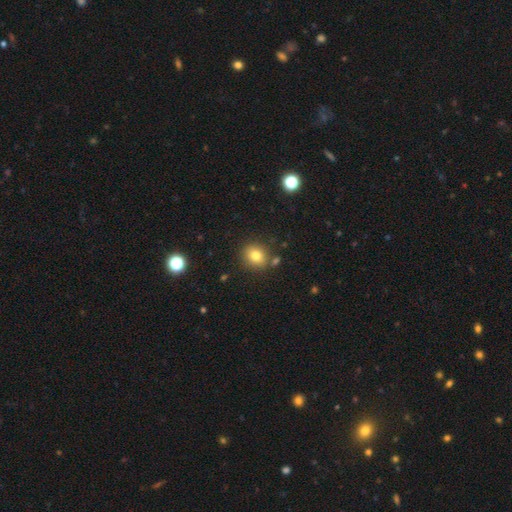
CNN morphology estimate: smooth-or-featured: smooth: 79% | star or artifact: 12% | featured or disk: 9%
  how-rounded: round: 73% | in between: 26% | cigar-shaped: 1%
  merging: none: 82% | minor disturbance: 10% | merger: 6% | major disturbance: 3%